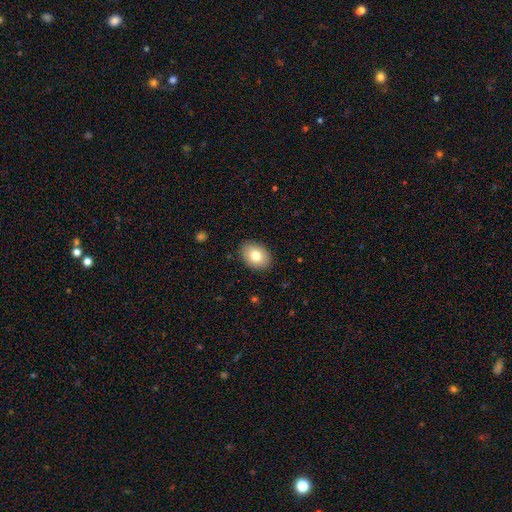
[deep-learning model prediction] Morphology: type=smooth (79%); roundness=in between (79%); merging=none (88%).